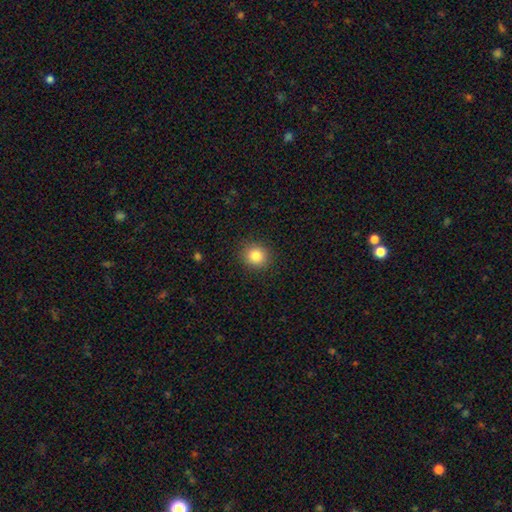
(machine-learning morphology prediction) smooth 84%, star or artifact 10%, featured or disk 5%. Down the decision tree: how rounded — round (85%); merging — none (90%).